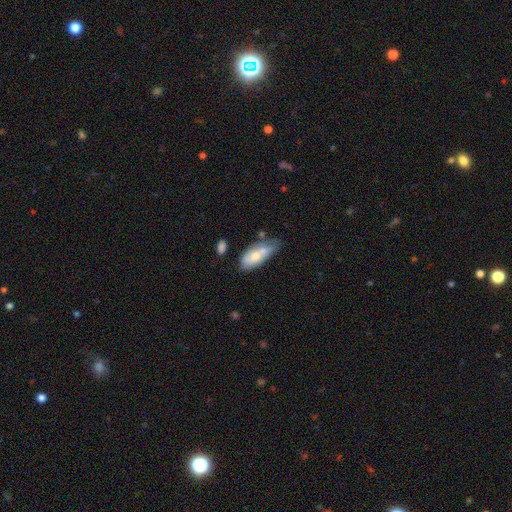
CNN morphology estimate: smooth 64%, featured or disk 30%, star or artifact 6%. Down the decision tree: how rounded — in between (82%); merging — none (42%).